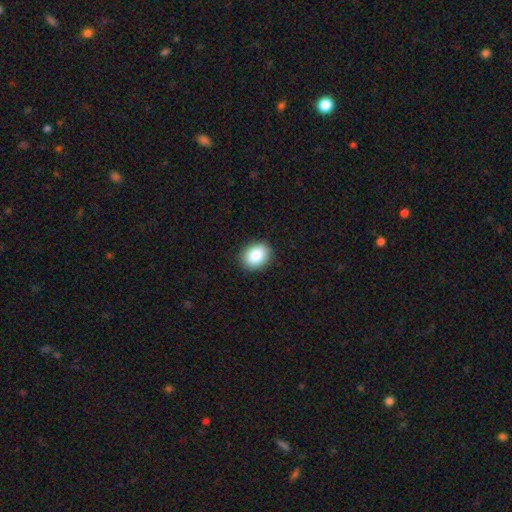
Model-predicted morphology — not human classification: smooth_or_featured: smooth (p=0.85) [alt: star or artifact p=0.08]
how_rounded: in between (p=0.56) [alt: round p=0.43]
merging: none (p=0.90) [alt: minor disturbance p=0.08]